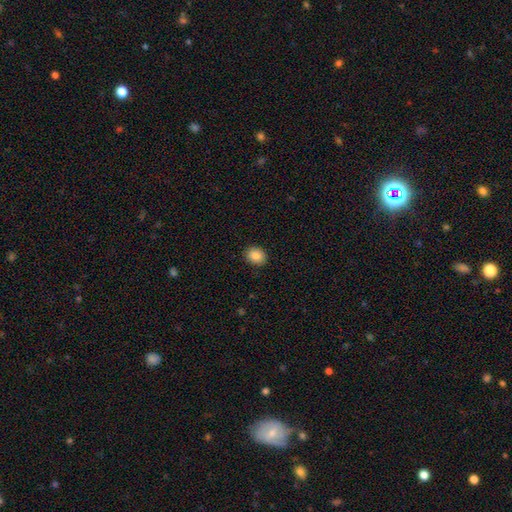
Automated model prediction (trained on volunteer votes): Smooth or featured?
  - smooth: 87% *
  - star or artifact: 8%
  - featured or disk: 5%
How rounded?
  - in between: 50% *
  - round: 49%
  - cigar-shaped: 1%
Merging?
  - none: 90% *
  - minor disturbance: 7%
  - major disturbance: 2%
  - merger: 1%